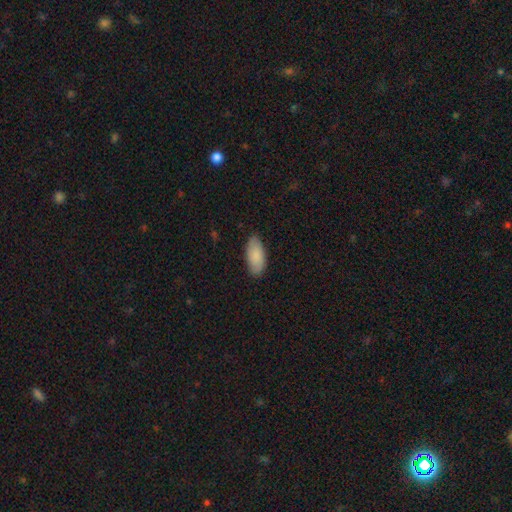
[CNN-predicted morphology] A smooth galaxy with no disk features (87%) that is in between round and cigar-shaped (90%).

Vote fractions:
- Smooth or featured? smooth: 87% / featured or disk: 8% / star or artifact: 6%
- How rounded? in between: 90% / cigar-shaped: 8% / round: 2%
- Merging? none: 85% / minor disturbance: 12% / major disturbance: 2% / merger: 1%